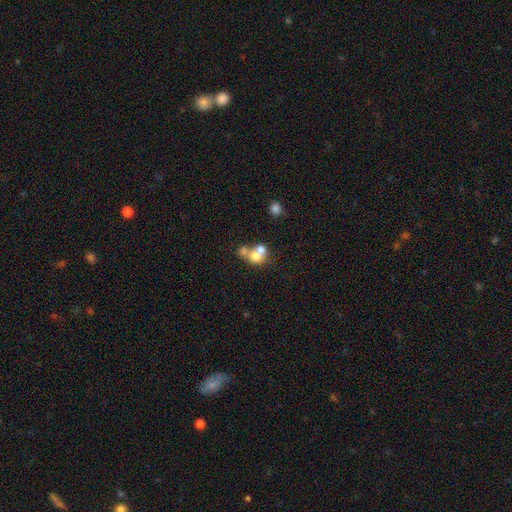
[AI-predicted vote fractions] Overall: smooth (64%). How rounded: round (74%). Merging: merger (62%; none 27%).